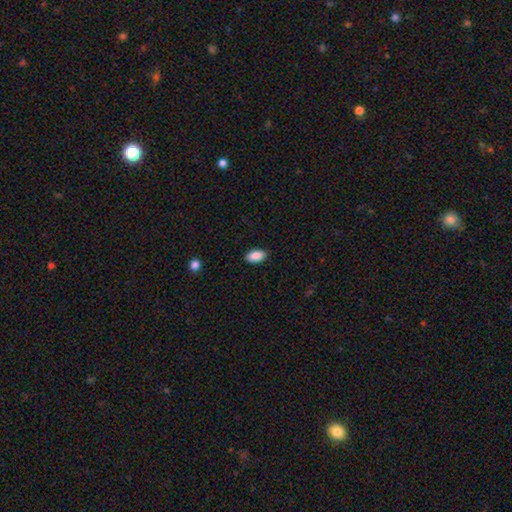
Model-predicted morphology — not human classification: Overall: smooth (89%). How rounded: in between (94%). Merging: none (87%).